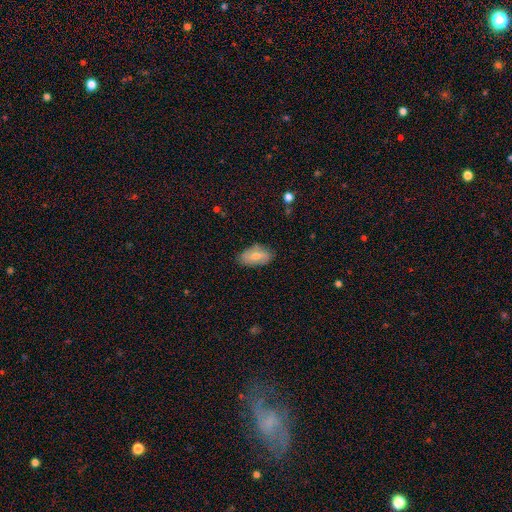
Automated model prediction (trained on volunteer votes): Overall: smooth (62%; featured or disk 31%). How rounded: in between (92%). Merging: none (77%).